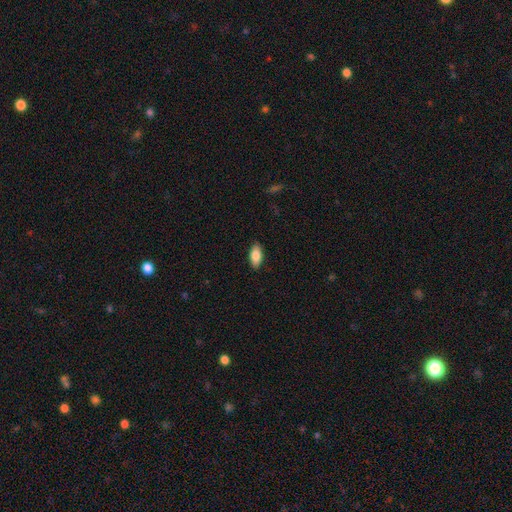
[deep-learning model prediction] smooth-or-featured: smooth: 83% | featured or disk: 10% | star or artifact: 6%
  how-rounded: in between: 89% | cigar-shaped: 9% | round: 2%
  merging: none: 89% | minor disturbance: 8% | major disturbance: 2% | merger: 1%